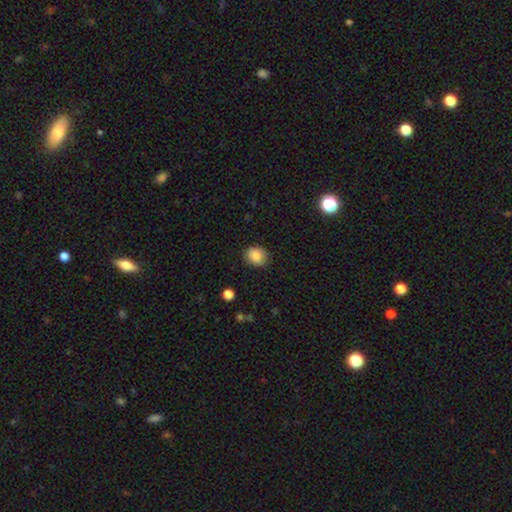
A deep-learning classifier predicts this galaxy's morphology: This appears to be a smooth galaxy with no disk features (86%) that is round (53%). Merging: none (84%).